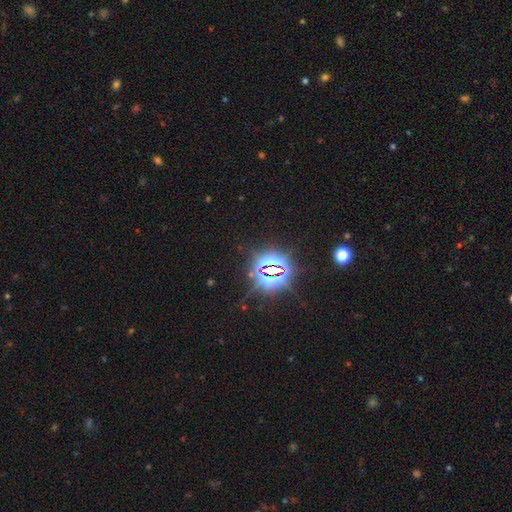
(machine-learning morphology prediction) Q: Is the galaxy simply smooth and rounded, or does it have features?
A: star or artifact — 83%.